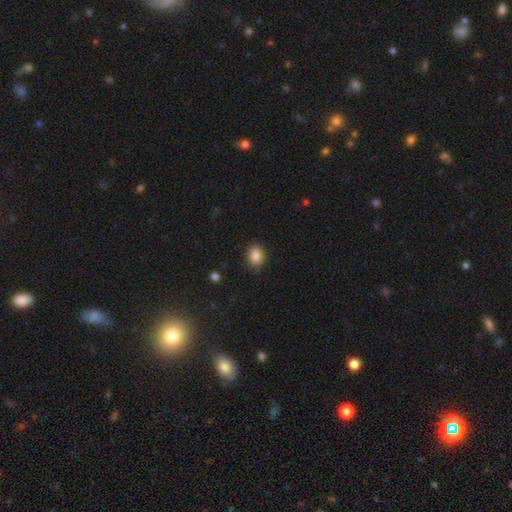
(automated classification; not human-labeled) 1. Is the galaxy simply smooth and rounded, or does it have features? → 86% smooth, 10% star or artifact, 5% featured or disk.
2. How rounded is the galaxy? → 60% round, 39% in between, 1% cigar-shaped.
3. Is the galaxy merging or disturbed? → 85% none, 11% minor disturbance, 3% major disturbance, 1% merger.